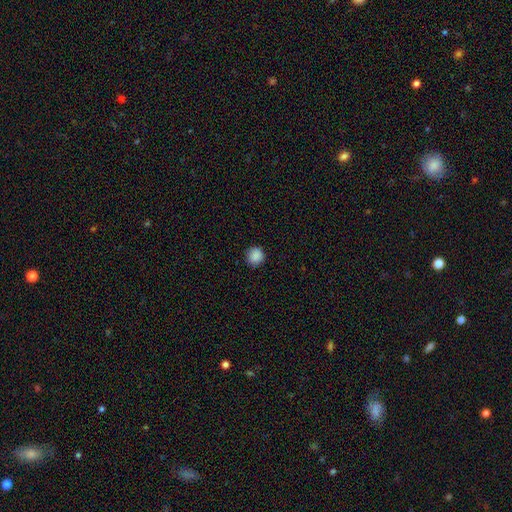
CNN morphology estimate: This is clearly a smooth galaxy (88%). How rounded: clearly round (91%). Merging: clearly none (88%).